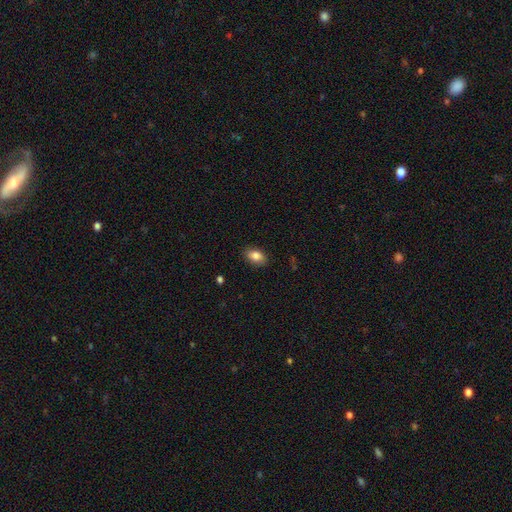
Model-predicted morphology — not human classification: A smooth galaxy with no disk features (84%) that is in between round and cigar-shaped (86%).

Vote fractions:
- Smooth or featured? smooth: 84% / featured or disk: 8% / star or artifact: 8%
- How rounded? in between: 86% / round: 12% / cigar-shaped: 2%
- Merging? none: 87% / minor disturbance: 10% / major disturbance: 2% / merger: 1%